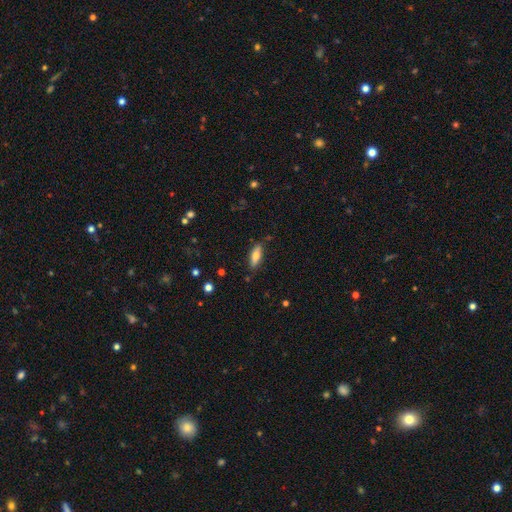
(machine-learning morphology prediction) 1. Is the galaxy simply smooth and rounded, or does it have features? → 73% smooth, 20% featured or disk, 7% star or artifact.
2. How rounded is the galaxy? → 56% in between, 42% cigar-shaped, 2% round.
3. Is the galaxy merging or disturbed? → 80% none, 15% minor disturbance, 3% major disturbance, 2% merger.